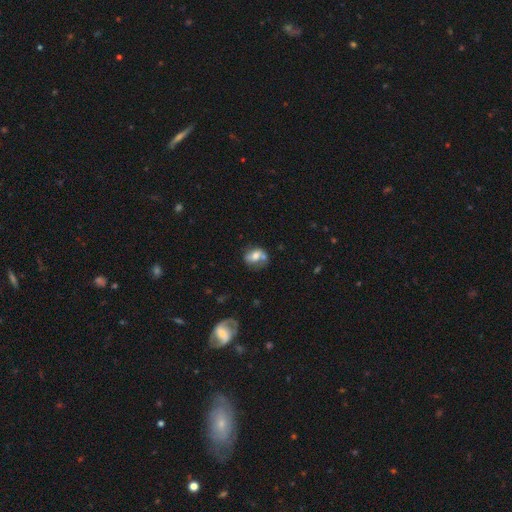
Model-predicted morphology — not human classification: A smooth galaxy with no disk features (52%) that is in between round and cigar-shaped (60%).

Vote fractions:
- Smooth or featured? smooth: 52% / featured or disk: 39% / star or artifact: 10%
- How rounded? in between: 60% / round: 38% / cigar-shaped: 2%
- Merging? none: 40% / merger: 27% / minor disturbance: 21% / major disturbance: 12%